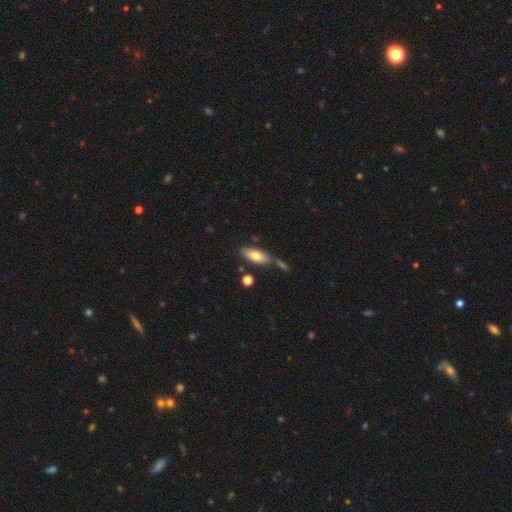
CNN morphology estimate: Overall: smooth (73%). How rounded: in between (80%). Merging: none (61%).